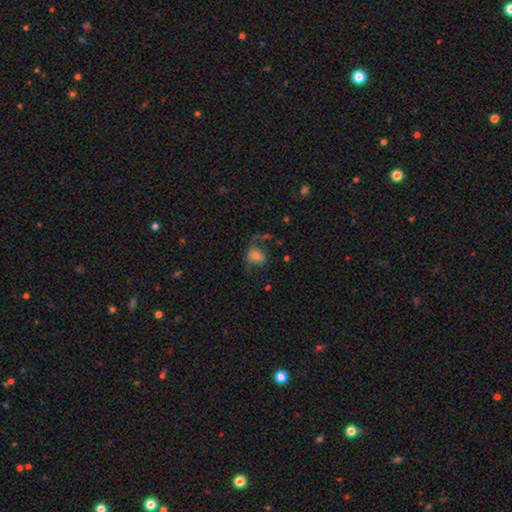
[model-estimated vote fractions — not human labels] smooth 57%, featured or disk 31%, star or artifact 13%. Down the decision tree: how rounded — in between (67%); merging — none (37%).